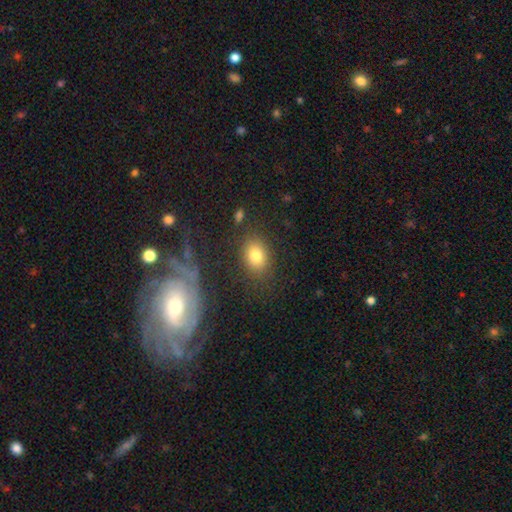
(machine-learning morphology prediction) type=smooth (80%); roundness=in between (68%); merging=none (82%).